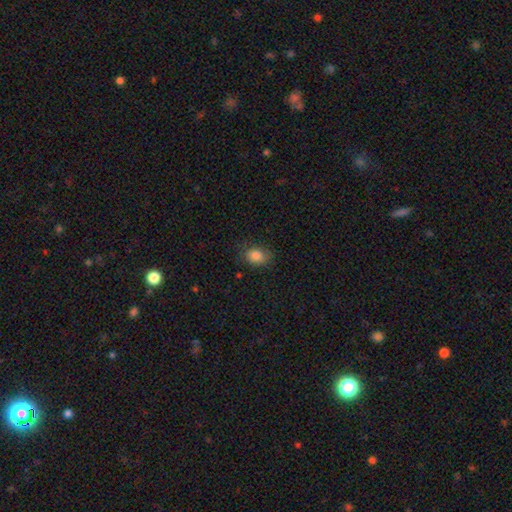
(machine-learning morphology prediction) smooth_or_featured: smooth (p=0.85) [alt: star or artifact p=0.10]
how_rounded: in between (p=0.72) [alt: round p=0.27]
merging: none (p=0.77) [alt: minor disturbance p=0.17]